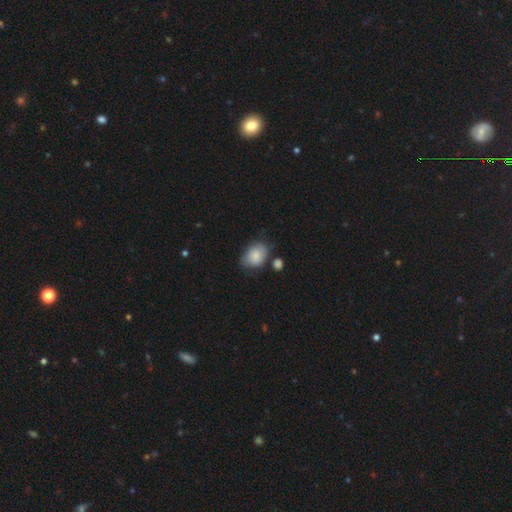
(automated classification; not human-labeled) This appears to be a smooth galaxy with no disk features (80%) that is in between round and cigar-shaped (70%). Merging: none (57%).